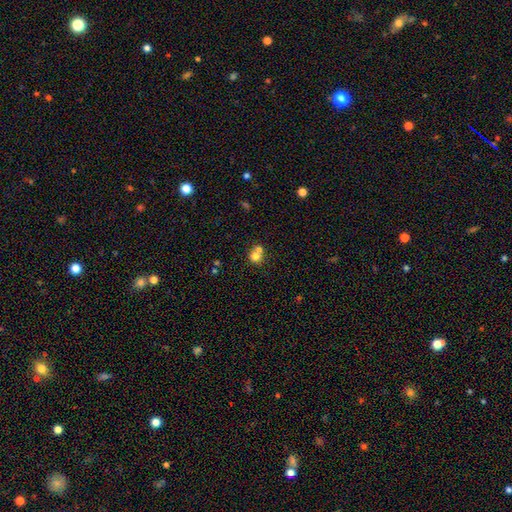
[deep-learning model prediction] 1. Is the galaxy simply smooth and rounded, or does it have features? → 74% smooth, 13% featured or disk, 13% star or artifact.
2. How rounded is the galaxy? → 84% round, 15% in between, 1% cigar-shaped.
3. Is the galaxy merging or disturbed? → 52% merger, 39% none, 6% minor disturbance, 3% major disturbance.